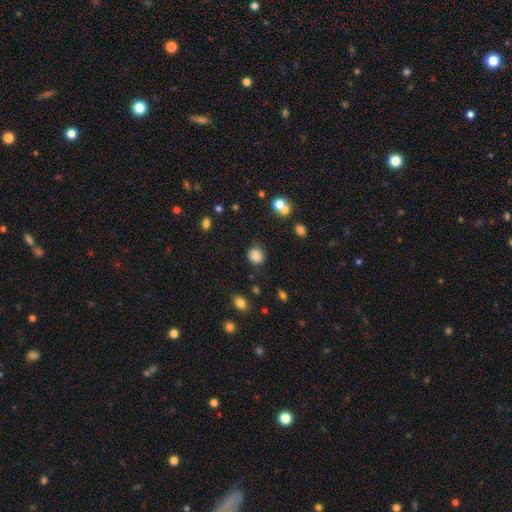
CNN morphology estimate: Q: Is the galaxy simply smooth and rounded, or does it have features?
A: smooth — 85%.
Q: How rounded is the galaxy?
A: round — 78%.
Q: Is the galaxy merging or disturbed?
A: none — 79%.